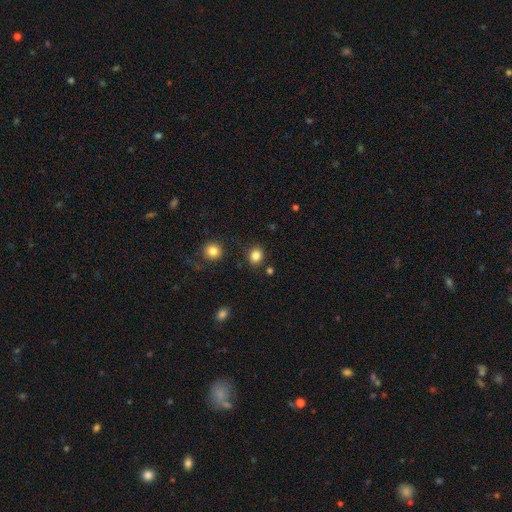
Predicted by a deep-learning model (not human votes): A smooth galaxy with no disk features (84%) that is round (69%).

Vote fractions:
- Smooth or featured? smooth: 84% / star or artifact: 11% / featured or disk: 5%
- How rounded? round: 69% / in between: 30% / cigar-shaped: 1%
- Merging? none: 86% / minor disturbance: 8% / merger: 3% / major disturbance: 3%